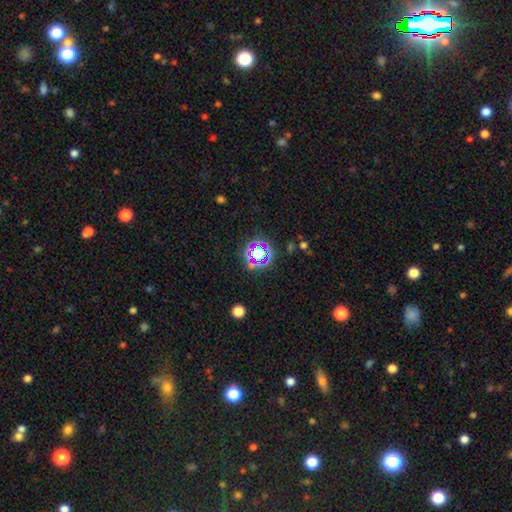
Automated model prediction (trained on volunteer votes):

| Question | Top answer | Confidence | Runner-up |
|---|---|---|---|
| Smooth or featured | star or artifact | 63% | smooth (26%) |